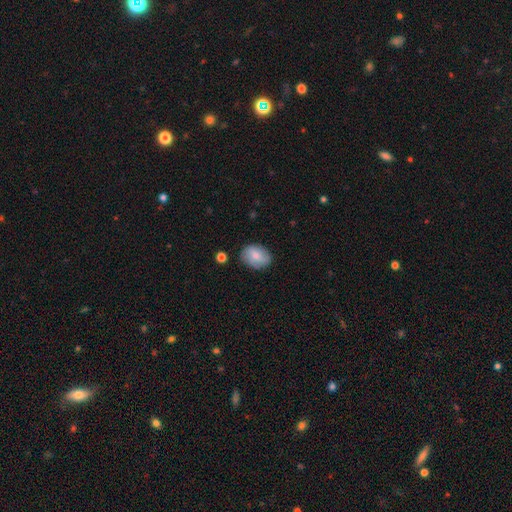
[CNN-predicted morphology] Smooth or featured: smooth — 77% (featured or disk — 16%)
How rounded: in between — 70% (round — 28%)
Merging: none — 79% (minor disturbance — 15%)